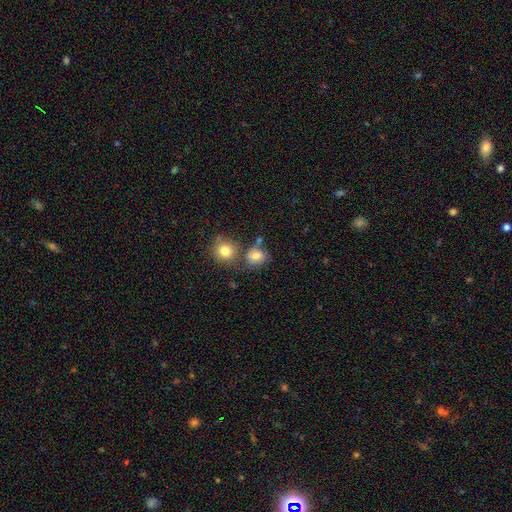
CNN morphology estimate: Smooth or featured: smooth — 76% (featured or disk — 13%)
How rounded: round — 61% (in between — 38%)
Merging: none — 53% (merger — 21%)